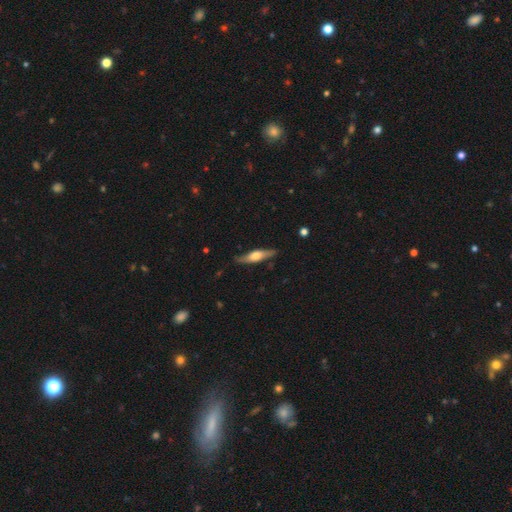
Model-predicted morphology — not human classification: type=featured or disk (55%); edge-on=yes (89%); merging=none (83%).